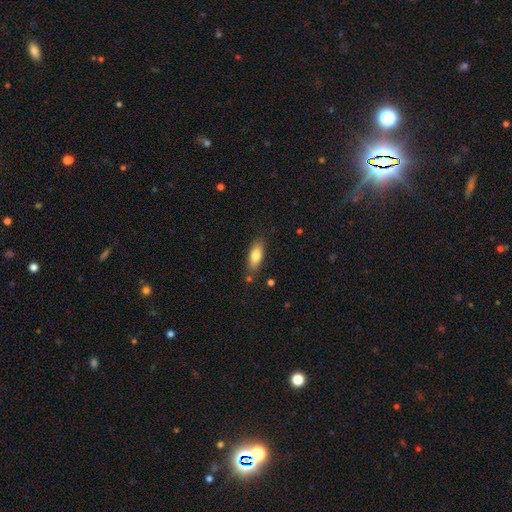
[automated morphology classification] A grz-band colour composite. It shows a smooth galaxy with no disk features (78%) that is in between round and cigar-shaped (76%). Merging: none (80%).